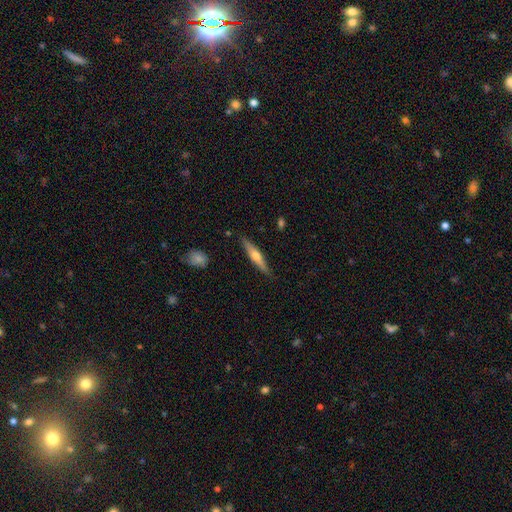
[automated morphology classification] This appears to be a featured or disk galaxy (54%) viewed edge-on (95%) with a rounded central bulge (89%). Merging: none (86%).